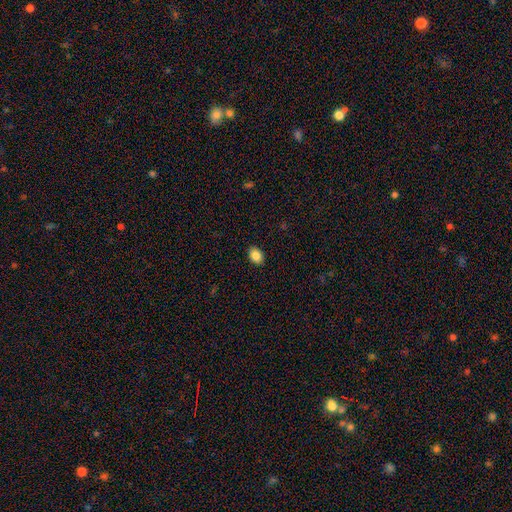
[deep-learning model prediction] Smooth or featured: smooth — 87% (star or artifact — 9%)
How rounded: in between — 74% (round — 25%)
Merging: none — 90% (minor disturbance — 7%)